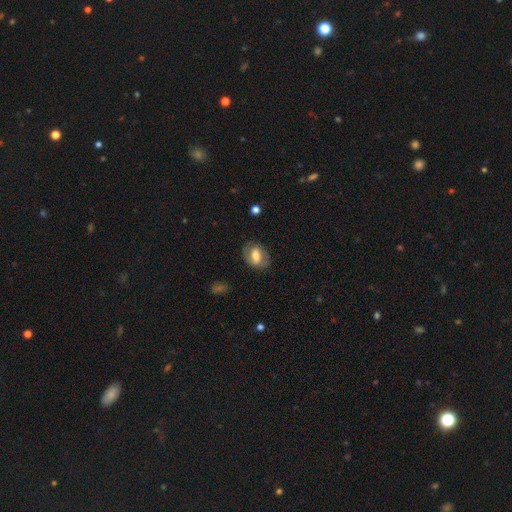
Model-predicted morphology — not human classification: The model was most divided on "smooth or featured": smooth: 47%, featured or disk: 46%, star or artifact: 7%. More confident: merging — none (76%).